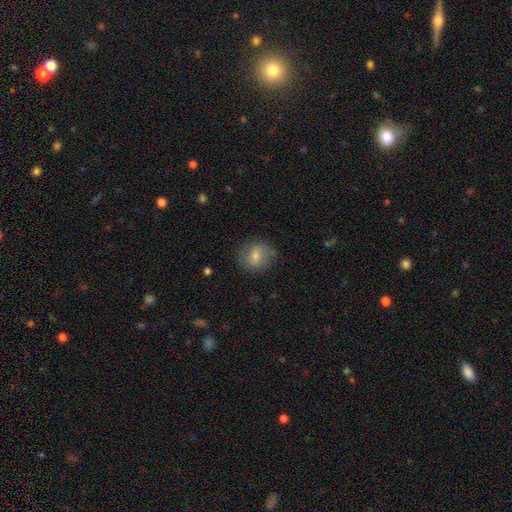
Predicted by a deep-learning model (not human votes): Smooth or featured? Predicted: smooth (p=0.63). How rounded? Predicted: round (p=0.74). Merging? Predicted: none (p=0.82).